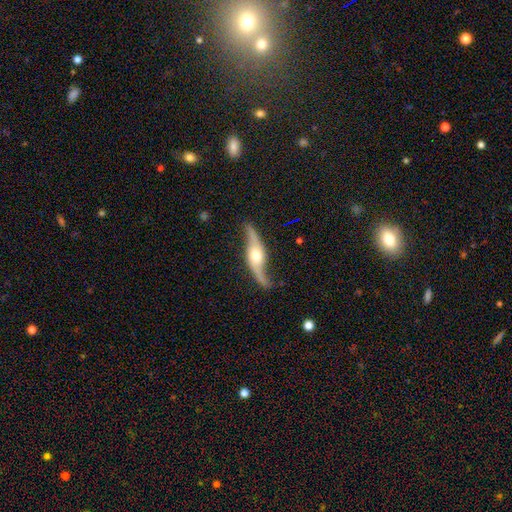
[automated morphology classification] Smooth or featured: featured or disk — 84% (smooth — 11%)
Edge-on disk: no — 64% (yes — 36%)
Bar: no — 65% (weak — 24%)
Spiral arms: yes — 92% (no — 8%)
Bulge size: moderate — 65% (large — 16%)
Merging: none — 72% (minor disturbance — 18%)